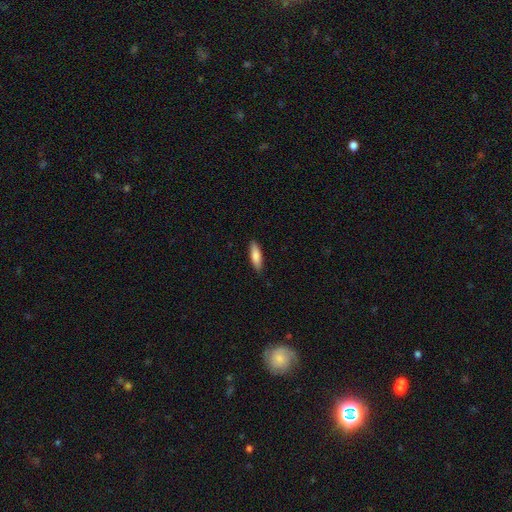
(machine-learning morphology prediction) The model was most divided on "how rounded": cigar-shaped: 53%, in between: 46%, round: 2%. More confident: merging — none (87%); smooth or featured — smooth (83%).